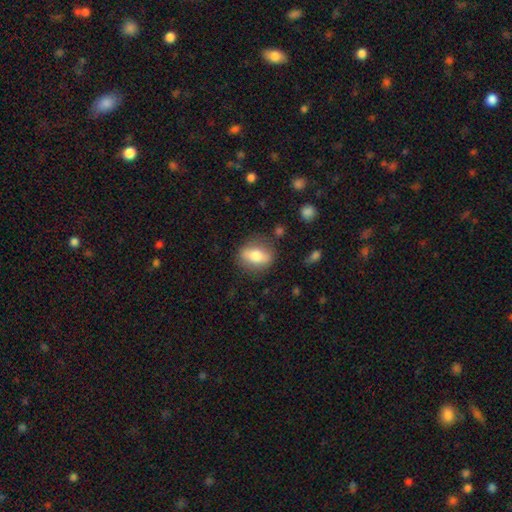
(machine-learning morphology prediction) Smooth or featured: smooth — 66% (featured or disk — 27%)
How rounded: in between — 70% (round — 23%)
Merging: none — 79% (minor disturbance — 14%)